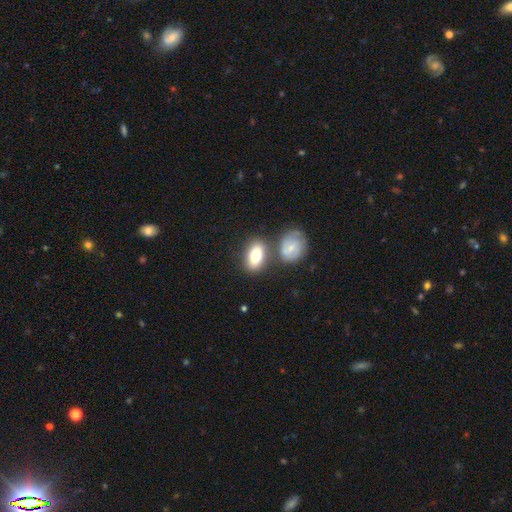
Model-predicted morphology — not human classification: A smooth galaxy with no disk features (75%) that is in between round and cigar-shaped (85%).

Vote fractions:
- Smooth or featured? smooth: 75% / featured or disk: 18% / star or artifact: 6%
- How rounded? in between: 85% / round: 11% / cigar-shaped: 4%
- Merging? none: 63% / merger: 20% / minor disturbance: 13% / major disturbance: 4%